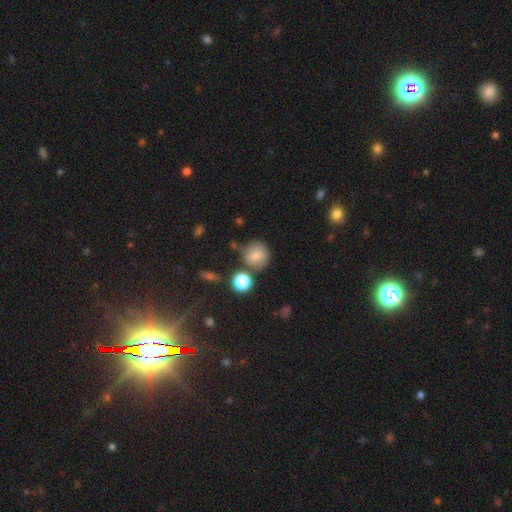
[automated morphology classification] type=smooth (77%); roundness=round (86%); merging=none (64%).